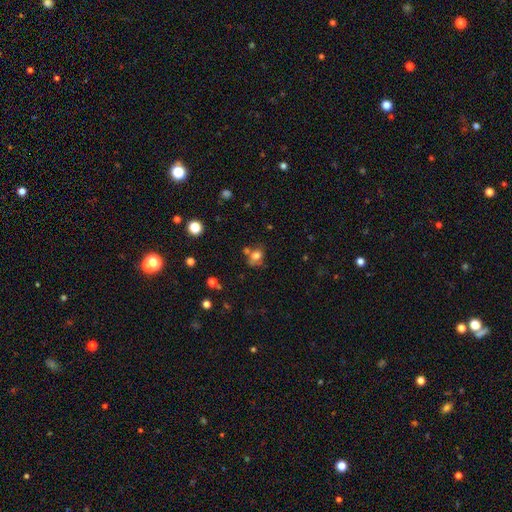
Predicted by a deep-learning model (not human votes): Smooth or featured?
  - smooth: 72% *
  - star or artifact: 15%
  - featured or disk: 13%
How rounded?
  - in between: 53% *
  - round: 45%
  - cigar-shaped: 2%
Merging?
  - none: 49% *
  - merger: 24%
  - minor disturbance: 19%
  - major disturbance: 9%